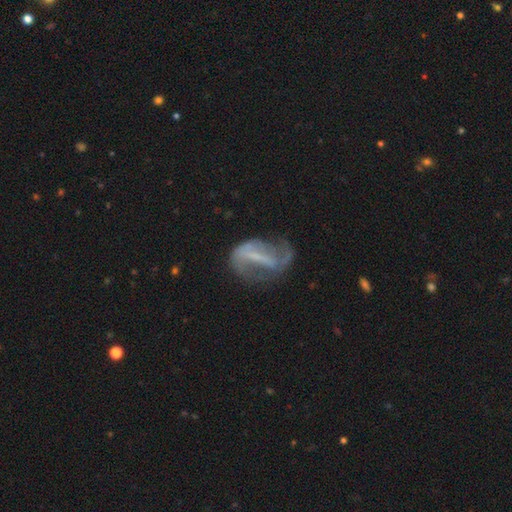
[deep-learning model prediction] Smooth or featured? featured or disk (75%)
Edge-on disk? no (93%)
Bar? strong (60%)
Spiral arms? yes (73%)
Spiral winding? loose (44%)
Spiral arm count? 2 (70%)
Bulge size? none (49%)
Merging? none (46%)